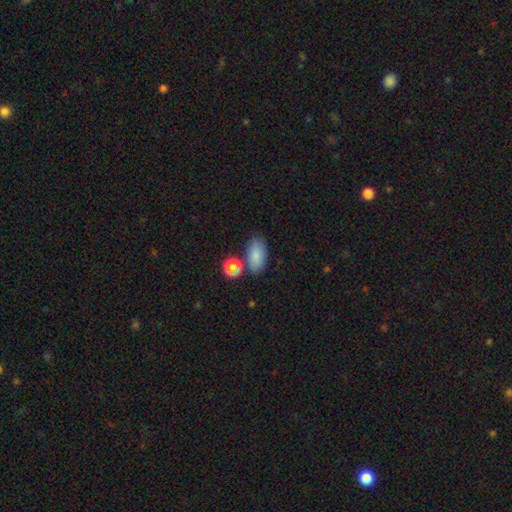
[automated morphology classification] This appears to be a smooth galaxy with no disk features (83%) that is in between round and cigar-shaped (90%). Merging: none (72%).